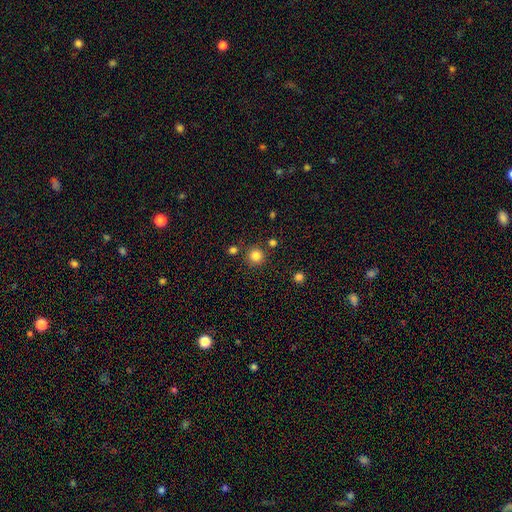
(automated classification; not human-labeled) smooth-or-featured: smooth: 83% | star or artifact: 13% | featured or disk: 4%
  how-rounded: round: 95% | in between: 4% | cigar-shaped: 1%
  merging: none: 85% | minor disturbance: 7% | merger: 6% | major disturbance: 2%